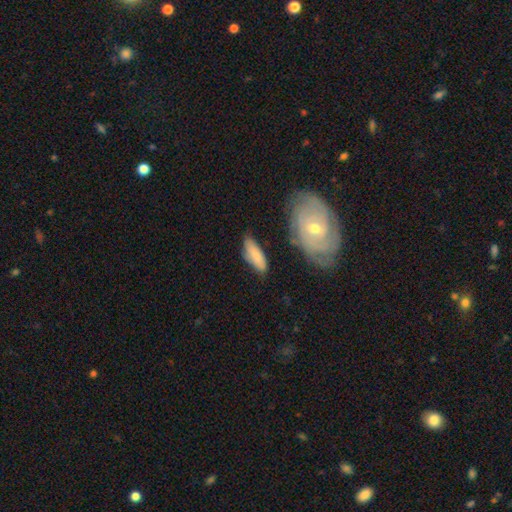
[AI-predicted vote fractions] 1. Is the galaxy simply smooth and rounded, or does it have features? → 74% smooth, 19% featured or disk, 6% star or artifact.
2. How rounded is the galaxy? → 69% in between, 29% cigar-shaped, 2% round.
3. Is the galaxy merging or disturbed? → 68% none, 21% minor disturbance, 5% major disturbance, 5% merger.